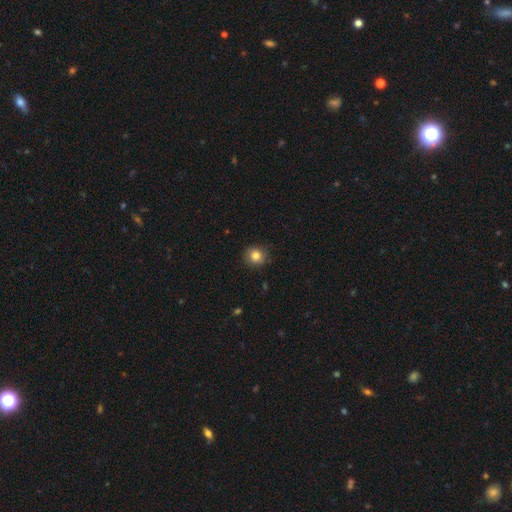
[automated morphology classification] smooth_or_featured: smooth (p=0.83) [alt: star or artifact p=0.10]
how_rounded: round (p=0.87) [alt: in between p=0.12]
merging: none (p=0.86) [alt: minor disturbance p=0.11]